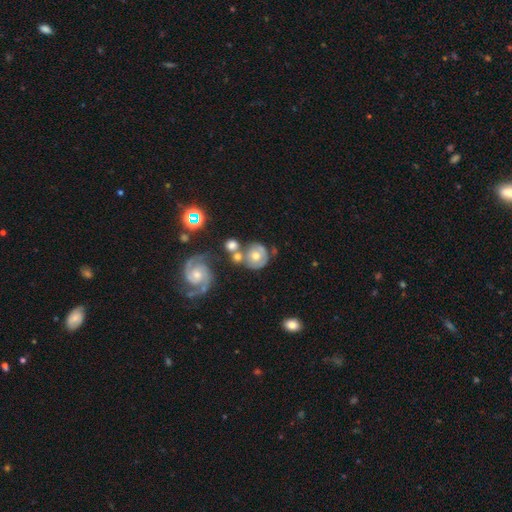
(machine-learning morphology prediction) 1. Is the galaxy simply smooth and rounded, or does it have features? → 51% featured or disk, 41% smooth, 8% star or artifact.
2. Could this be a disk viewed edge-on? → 97% no, 3% yes.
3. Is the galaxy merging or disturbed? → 57% none, 22% merger, 15% minor disturbance, 6% major disturbance.